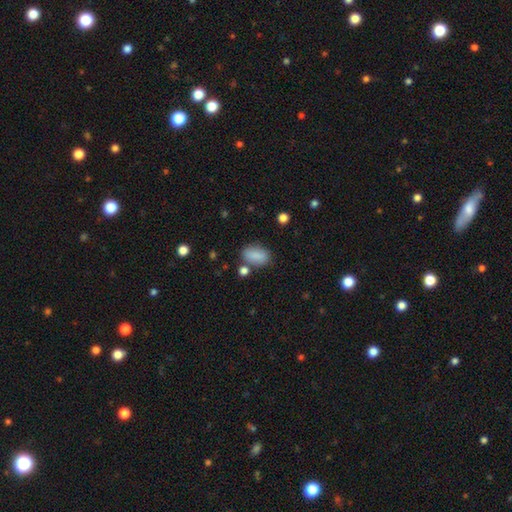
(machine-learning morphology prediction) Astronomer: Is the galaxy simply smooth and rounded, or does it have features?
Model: smooth — 86%.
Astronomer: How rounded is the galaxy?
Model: in between — 88%.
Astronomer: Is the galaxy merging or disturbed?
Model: none — 70%.